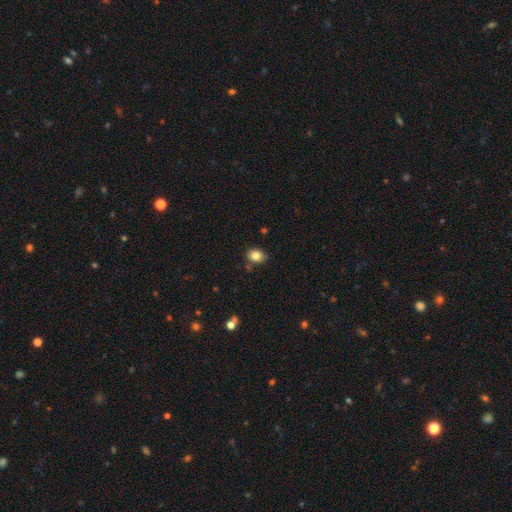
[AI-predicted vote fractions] smooth 83%, star or artifact 10%, featured or disk 7%. Down the decision tree: how rounded — in between (51%); merging — none (76%).